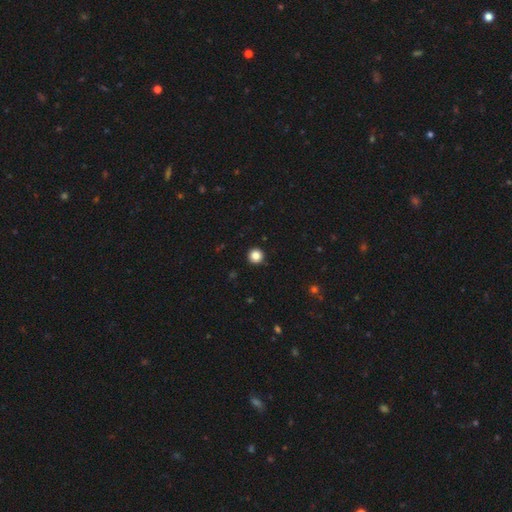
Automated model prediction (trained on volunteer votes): Smooth or featured: smooth — 86% (star or artifact — 11%)
How rounded: round — 96% (in between — 3%)
Merging: none — 93% (minor disturbance — 5%)